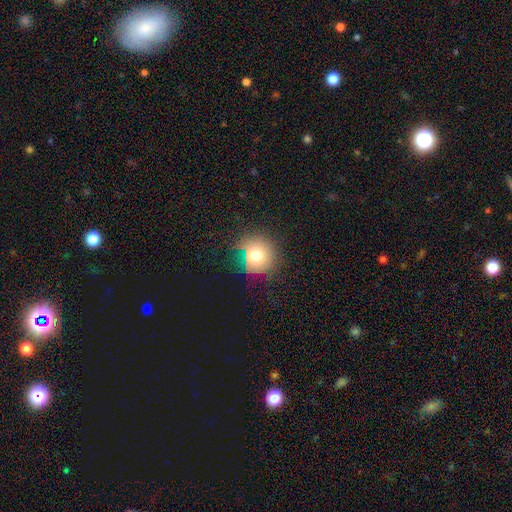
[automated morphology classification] Overall: smooth (72%). How rounded: round (90%). Merging: none (74%).